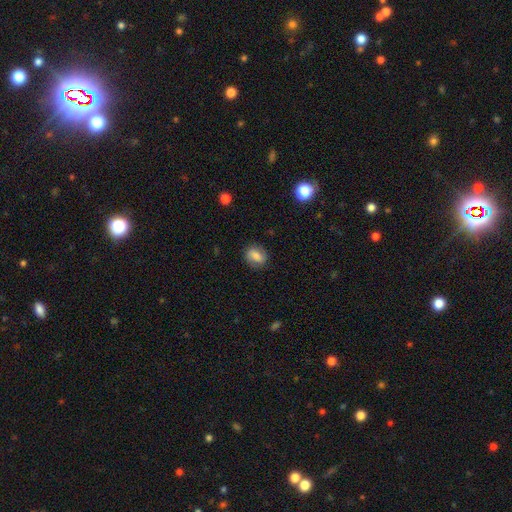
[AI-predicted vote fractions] A smooth galaxy with no disk features (65%) that is in between round and cigar-shaped (51%).

Vote fractions:
- Smooth or featured? smooth: 65% / featured or disk: 26% / star or artifact: 9%
- How rounded? in between: 51% / round: 47% / cigar-shaped: 2%
- Merging? none: 82% / minor disturbance: 13% / major disturbance: 4% / merger: 1%